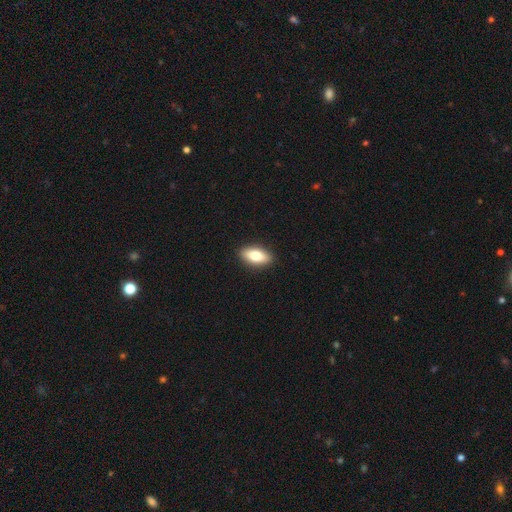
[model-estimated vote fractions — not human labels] The model was most divided on "smooth or featured": smooth: 74%, featured or disk: 19%, star or artifact: 7%. More confident: merging — none (90%); how rounded — in between (85%).